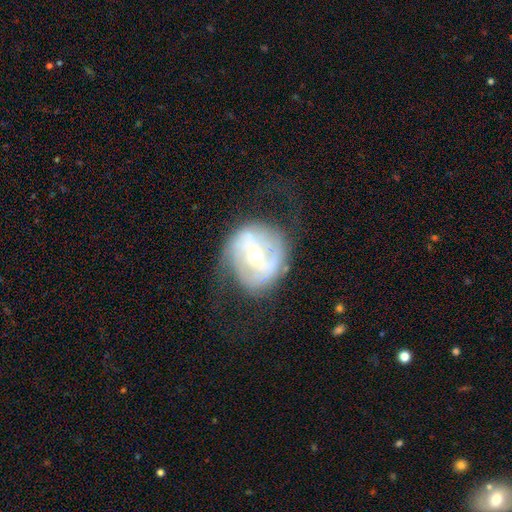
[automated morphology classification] The model was most divided on "bulge size": small: 50%, moderate: 46%, large: 2%, dominant: 1%, none: 1%. Remaining: edge-on disk — no (96%); spiral arms — yes (78%); smooth or featured — featured or disk (75%); merging — none (57%); spiral arm count — 2 (53%); bar — no (51%); spiral winding — tight (43%).